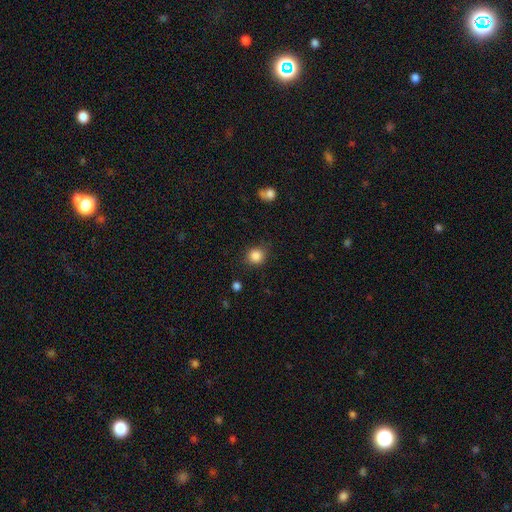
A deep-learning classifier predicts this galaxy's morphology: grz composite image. It shows a smooth galaxy with no disk features (86%) that is round (86%). Merging: none (84%).